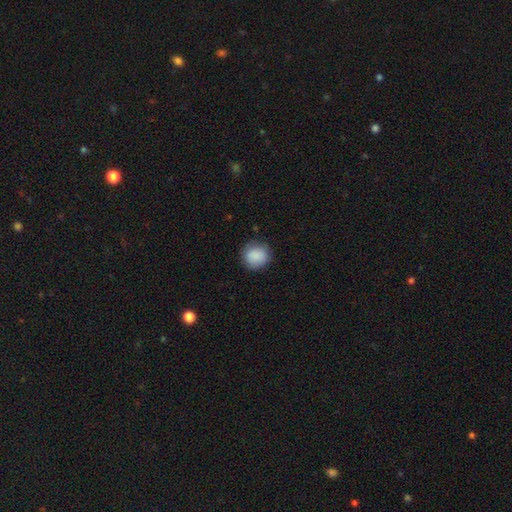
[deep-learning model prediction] smooth 88%, star or artifact 7%, featured or disk 4%. Down the decision tree: how rounded — round (84%); merging — none (82%).